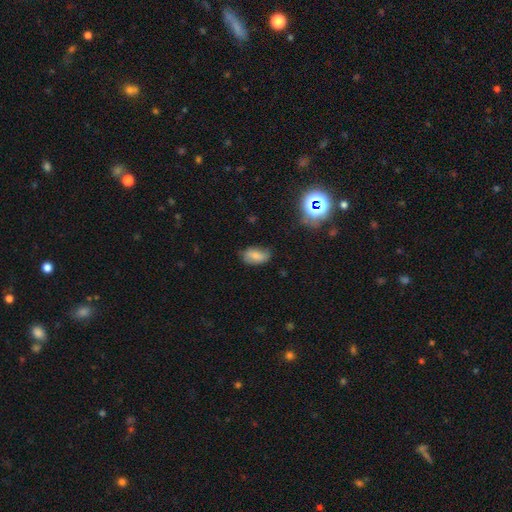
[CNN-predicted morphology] Overall: smooth (74%). How rounded: in between (90%). Merging: none (66%; minor disturbance 27%).